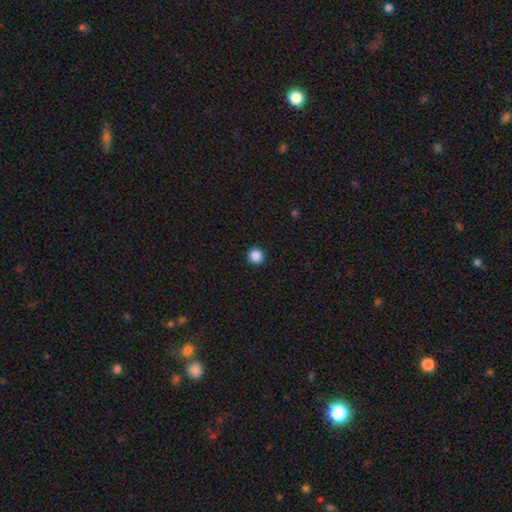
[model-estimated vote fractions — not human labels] smooth-or-featured: smooth: 87% | star or artifact: 10% | featured or disk: 3%
  how-rounded: round: 96% | in between: 3% | cigar-shaped: 1%
  merging: none: 94% | minor disturbance: 4% | major disturbance: 1% | merger: 1%